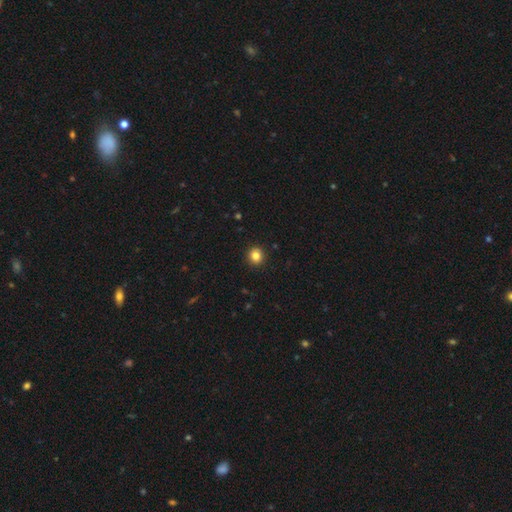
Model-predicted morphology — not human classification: A smooth galaxy with no disk features (84%) that is round (90%). Merging: none (93%).